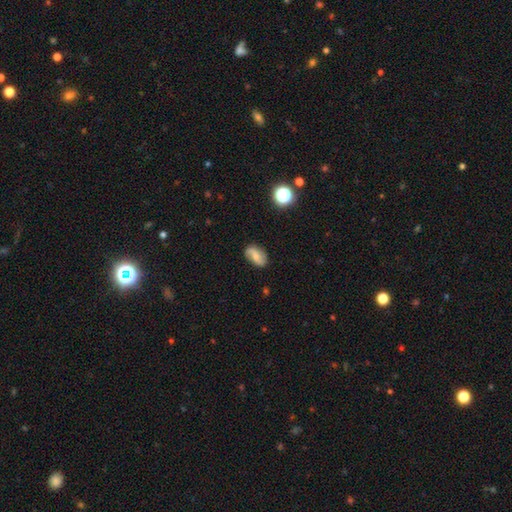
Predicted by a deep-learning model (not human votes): Smooth or featured? Predicted: featured or disk (p=0.46). Merging? Predicted: none (p=0.77).